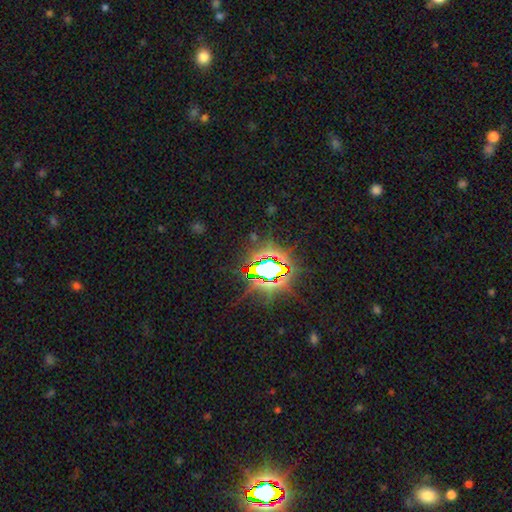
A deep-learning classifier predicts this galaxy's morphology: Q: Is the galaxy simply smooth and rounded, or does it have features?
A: star or artifact — 84%.